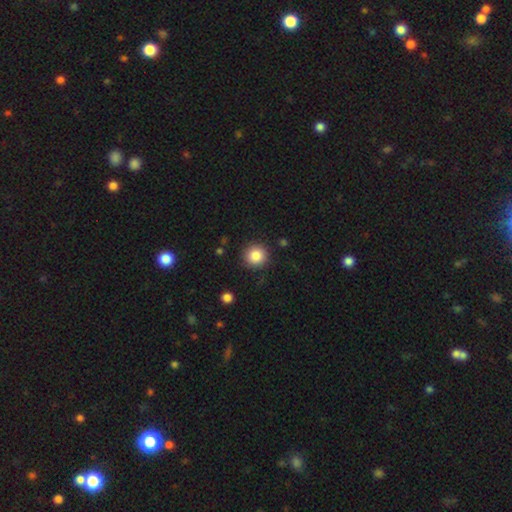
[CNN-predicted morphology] smooth_or_featured: smooth (p=0.85) [alt: star or artifact p=0.10]
how_rounded: round (p=0.94) [alt: in between p=0.05]
merging: none (p=0.89) [alt: minor disturbance p=0.07]